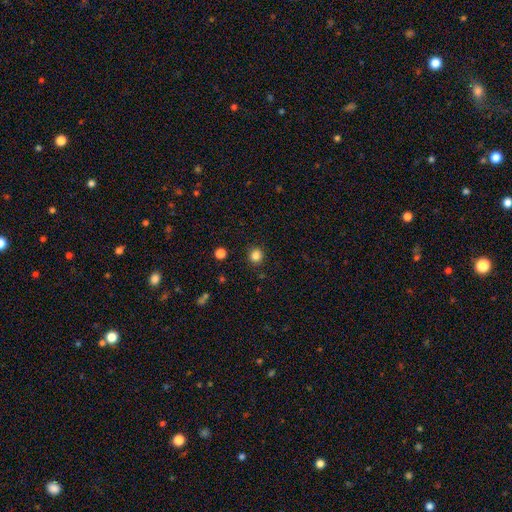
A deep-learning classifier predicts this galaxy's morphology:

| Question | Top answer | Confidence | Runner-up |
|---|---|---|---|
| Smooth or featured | smooth | 84% | star or artifact (12%) |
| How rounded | round | 92% | in between (7%) |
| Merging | none | 90% | minor disturbance (6%) |